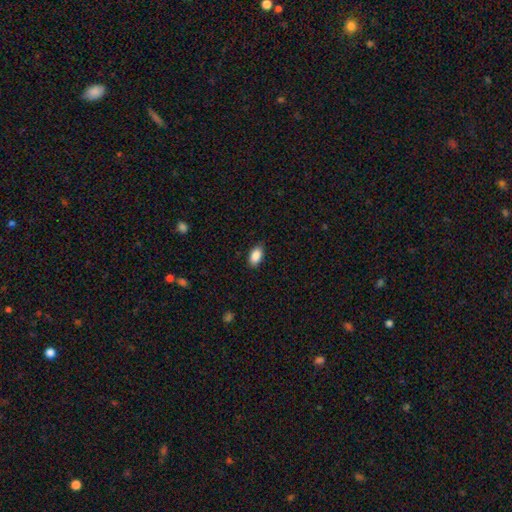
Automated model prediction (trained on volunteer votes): A smooth galaxy with no disk features (89%) that is in between round and cigar-shaped (93%). Merging: none (85%).